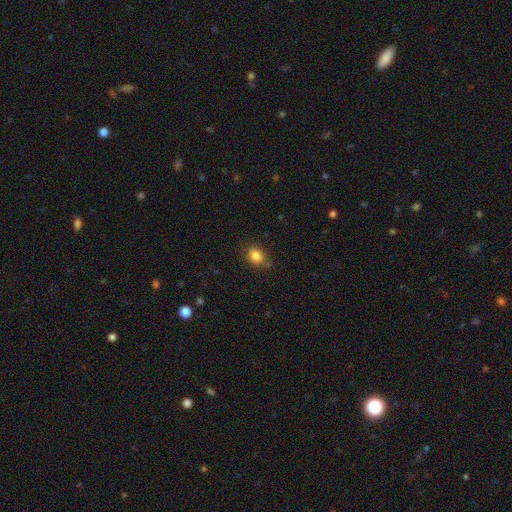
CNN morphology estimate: Smooth or featured? Predicted: smooth (p=0.84). How rounded? Predicted: round (p=0.55). Merging? Predicted: none (p=0.80).